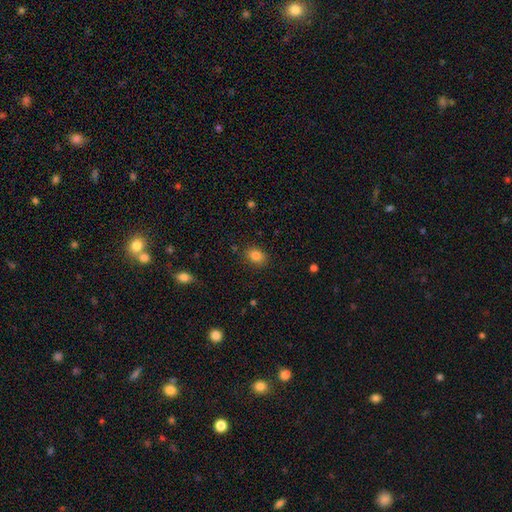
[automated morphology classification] type=smooth (85%); roundness=in between (70%); merging=none (84%).